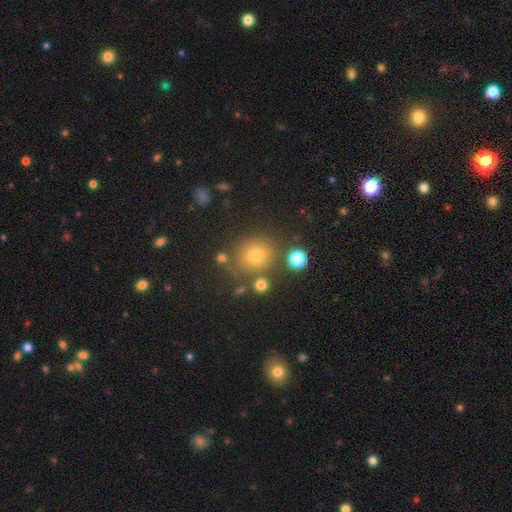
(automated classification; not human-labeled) smooth 71%, star or artifact 20%, featured or disk 9%. Down the decision tree: how rounded — round (85%); merging — none (79%).